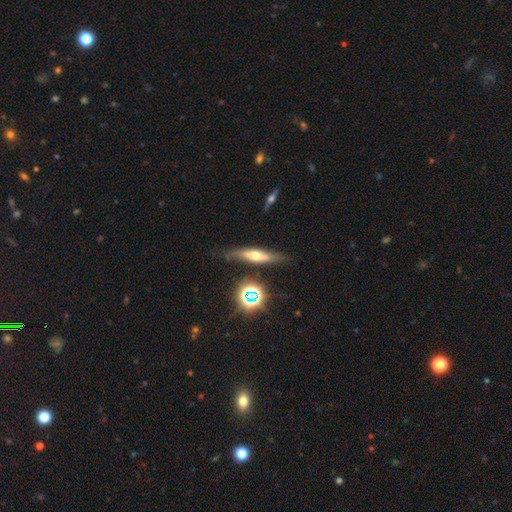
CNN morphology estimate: Smooth or featured? Predicted: featured or disk (p=0.49). Merging? Predicted: none (p=0.76).